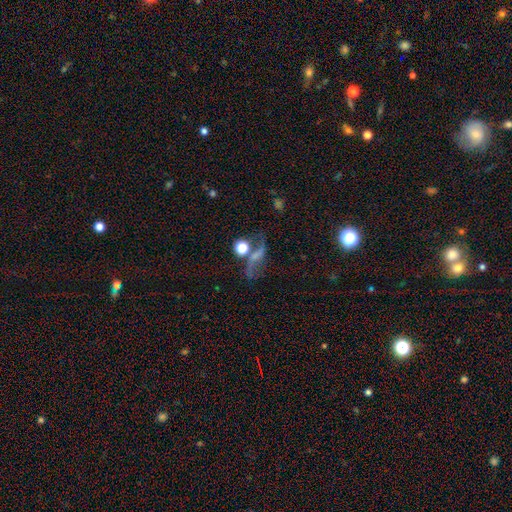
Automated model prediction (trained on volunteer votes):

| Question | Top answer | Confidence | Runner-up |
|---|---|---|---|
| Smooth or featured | featured or disk | 59% | smooth (21%) |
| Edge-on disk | no | 88% | yes (12%) |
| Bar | no | 40% | weak (36%) |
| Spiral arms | yes | 82% | no (18%) |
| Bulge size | small | 34% | none (33%) |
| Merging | none | 54% | minor disturbance (17%) |